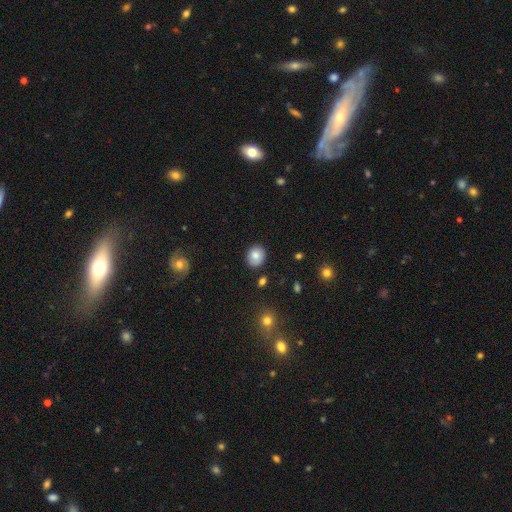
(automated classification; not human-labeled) Q: Smooth or featured?
A: smooth (83%); runner-up: star or artifact (9%)
Q: How rounded?
A: round (68%); runner-up: in between (31%)
Q: Merging?
A: none (87%); runner-up: minor disturbance (9%)